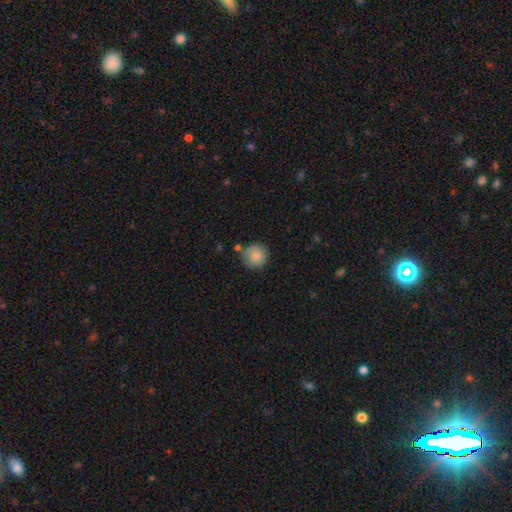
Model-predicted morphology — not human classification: Smooth or featured: smooth — 85% (featured or disk — 8%)
How rounded: round — 92% (in between — 7%)
Merging: none — 73% (minor disturbance — 17%)